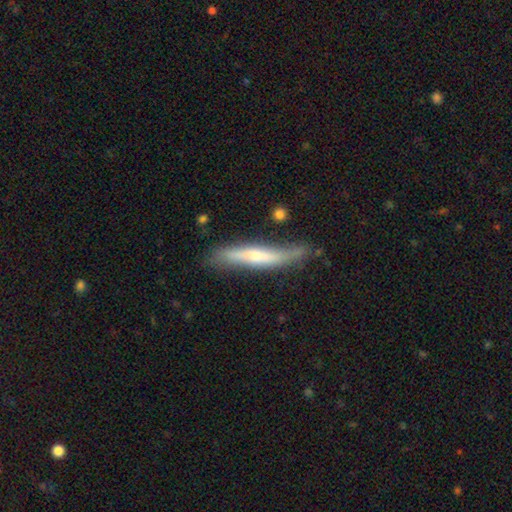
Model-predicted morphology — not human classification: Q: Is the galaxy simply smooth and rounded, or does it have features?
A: featured or disk — 48%.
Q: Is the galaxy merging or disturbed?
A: none — 64%.